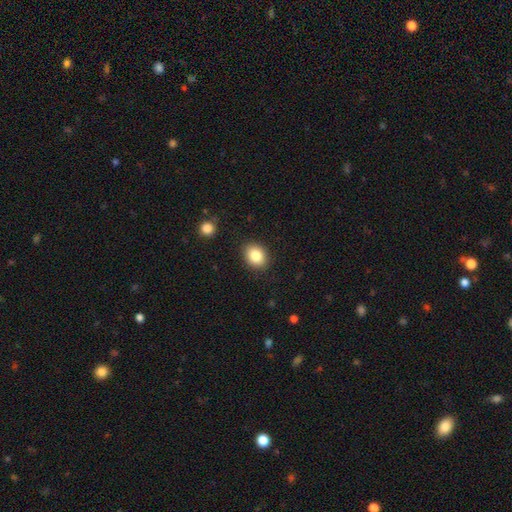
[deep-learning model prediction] Smooth or featured?
  - smooth: 84% *
  - star or artifact: 9%
  - featured or disk: 7%
How rounded?
  - in between: 51% *
  - round: 48%
  - cigar-shaped: 1%
Merging?
  - none: 89% *
  - minor disturbance: 8%
  - major disturbance: 2%
  - merger: 1%